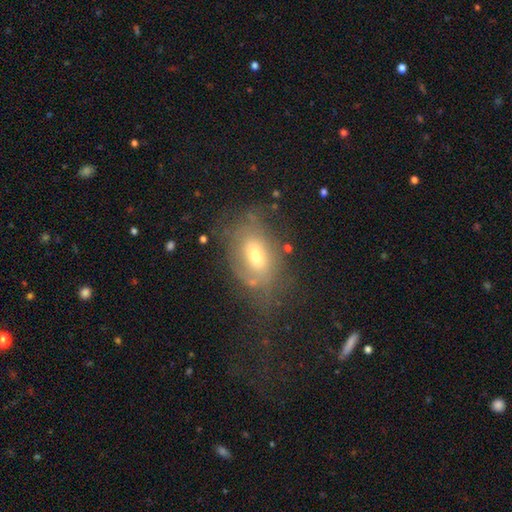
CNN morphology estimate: The model was most divided on "smooth or featured": smooth: 48%, featured or disk: 39%, star or artifact: 13%. More confident: merging — none (50%).